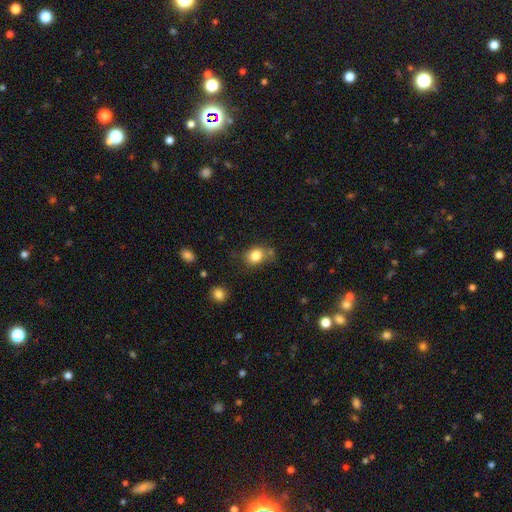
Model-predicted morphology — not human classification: Q: Smooth or featured?
A: smooth (83%); runner-up: star or artifact (10%)
Q: How rounded?
A: round (55%); runner-up: in between (44%)
Q: Merging?
A: none (67%); runner-up: minor disturbance (18%)